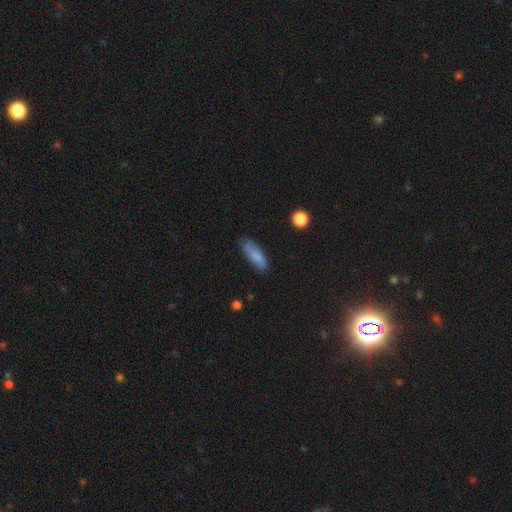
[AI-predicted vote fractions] smooth-or-featured: smooth: 76% | featured or disk: 17% | star or artifact: 7%
  how-rounded: in between: 52% | cigar-shaped: 46% | round: 2%
  merging: none: 75% | minor disturbance: 19% | major disturbance: 4% | merger: 2%